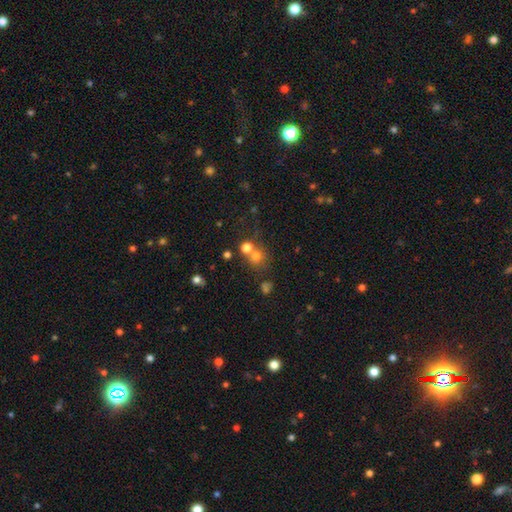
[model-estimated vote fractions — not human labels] Smooth or featured? smooth (70%)
How rounded? round (84%)
Merging? none (49%)